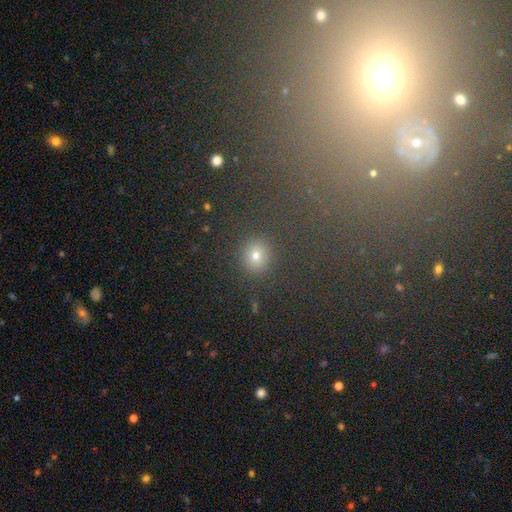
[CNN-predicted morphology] Smooth or featured? smooth (72%)
How rounded? round (89%)
Merging? none (91%)